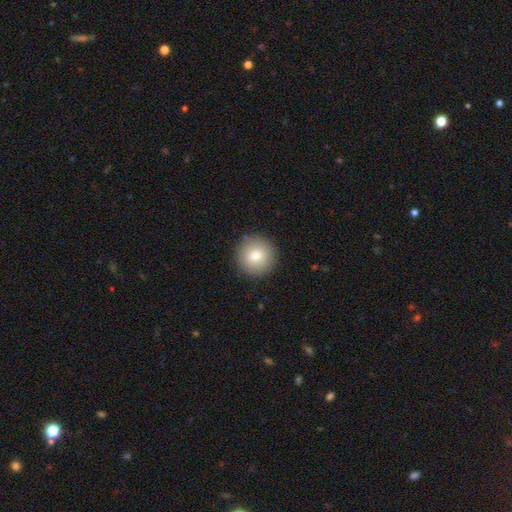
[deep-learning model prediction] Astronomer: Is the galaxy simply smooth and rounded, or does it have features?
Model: smooth — 78%.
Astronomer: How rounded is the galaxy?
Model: round — 96%.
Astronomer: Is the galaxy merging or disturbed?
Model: none — 91%.